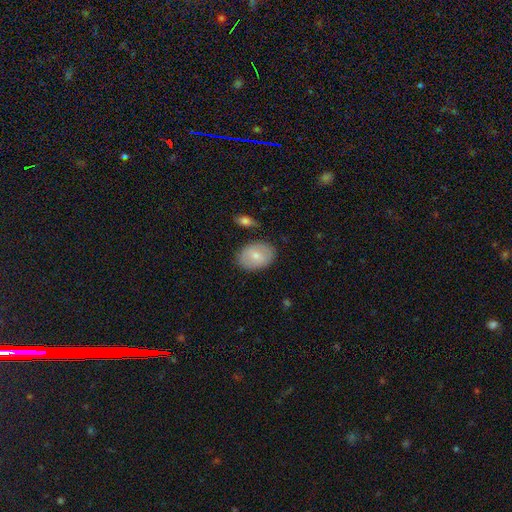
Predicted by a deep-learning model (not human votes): Smooth or featured: smooth — 70% (featured or disk — 24%)
How rounded: in between — 80% (round — 19%)
Merging: none — 81% (minor disturbance — 13%)